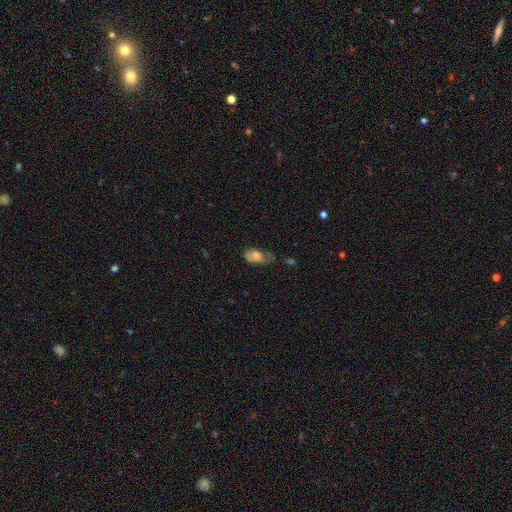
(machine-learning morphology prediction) Smooth or featured: smooth — 68% (featured or disk — 24%)
How rounded: in between — 87% (round — 8%)
Merging: minor disturbance — 39% (none — 28%)